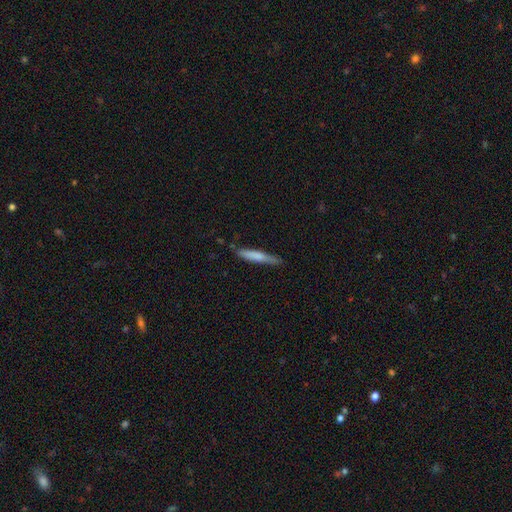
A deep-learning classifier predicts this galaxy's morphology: Smooth or featured: smooth — 67% (featured or disk — 27%)
How rounded: cigar-shaped — 93% (in between — 6%)
Merging: none — 77% (minor disturbance — 18%)